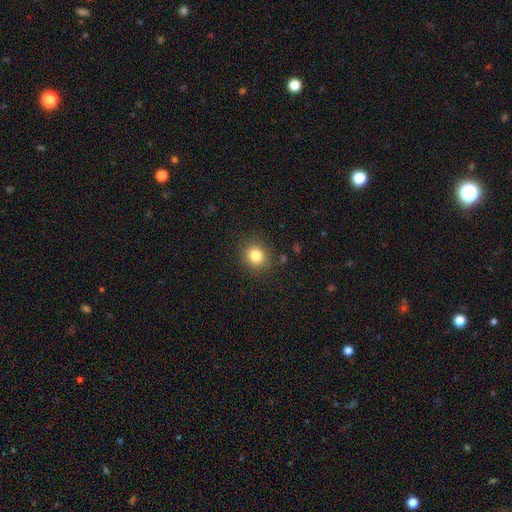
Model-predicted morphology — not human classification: A smooth galaxy with no disk features (82%) that is round (81%). Merging: none (88%).